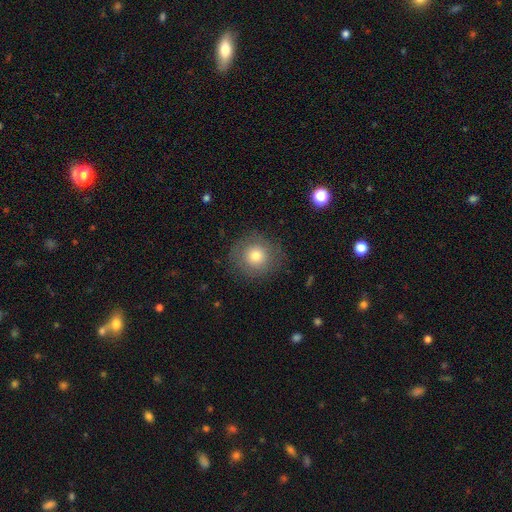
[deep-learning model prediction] Smooth or featured?
  - smooth: 74% *
  - featured or disk: 16%
  - star or artifact: 10%
How rounded?
  - round: 91% *
  - in between: 8%
  - cigar-shaped: 1%
Merging?
  - none: 83% *
  - minor disturbance: 11%
  - major disturbance: 5%
  - merger: 1%